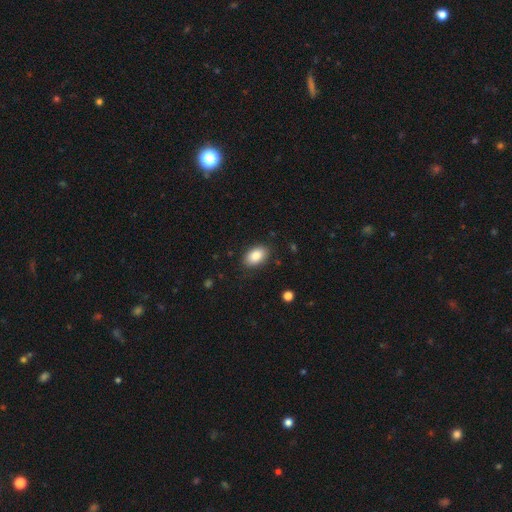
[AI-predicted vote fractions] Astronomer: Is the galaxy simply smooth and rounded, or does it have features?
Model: smooth — 86%.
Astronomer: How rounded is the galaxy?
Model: in between — 91%.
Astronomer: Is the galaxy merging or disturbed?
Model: none — 87%.